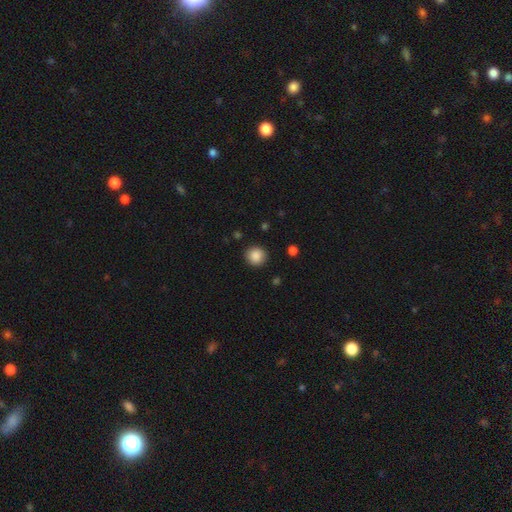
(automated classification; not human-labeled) This is clearly a smooth galaxy (88%). How rounded: clearly round (92%). Merging: clearly none (90%).